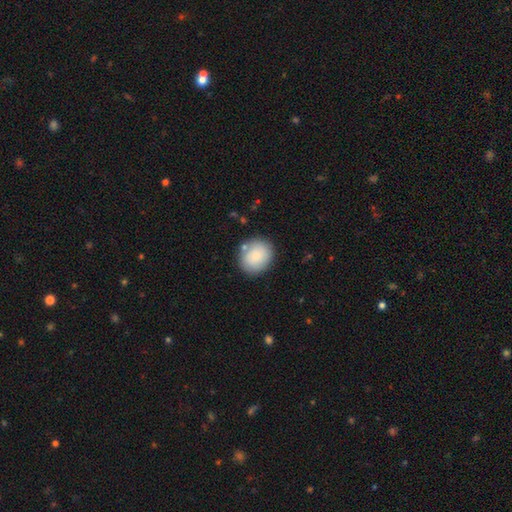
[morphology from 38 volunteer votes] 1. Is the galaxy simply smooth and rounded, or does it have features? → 76% smooth, 18% featured or disk, 5% star or artifact.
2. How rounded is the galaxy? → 66% round, 34% in between, 0% cigar-shaped.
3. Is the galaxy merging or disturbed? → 44% none, 42% minor disturbance, 11% merger, 3% major disturbance.